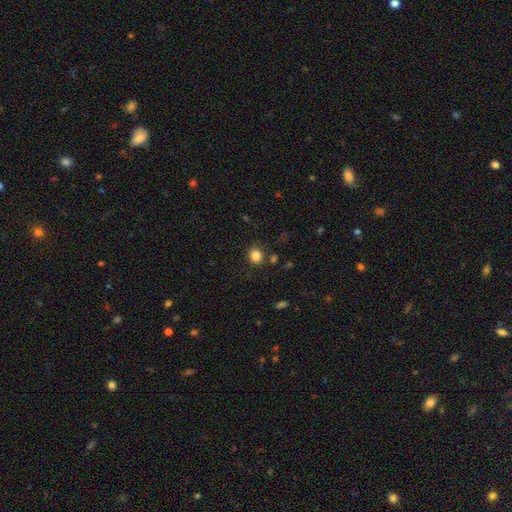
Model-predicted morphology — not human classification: A smooth galaxy with no disk features (84%) that is round (74%).

Vote fractions:
- Smooth or featured? smooth: 84% / star or artifact: 11% / featured or disk: 5%
- How rounded? round: 74% / in between: 25% / cigar-shaped: 1%
- Merging? none: 77% / minor disturbance: 14% / major disturbance: 5% / merger: 5%